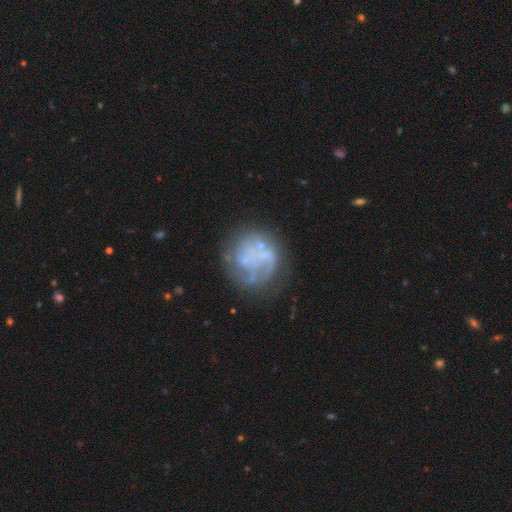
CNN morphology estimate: smooth-or-featured: featured or disk: 60% | smooth: 30% | star or artifact: 10%
  disk-edge-on: no: 98% | yes: 2%
    bar: no: 87% | weak: 10% | strong: 3%
    has-spiral-arms: no: 64% | yes: 36%
    bulge-size: none: 67% | small: 19% | moderate: 9% | large: 3% | dominant: 2%
  merging: none: 54% | major disturbance: 21% | minor disturbance: 19% | merger: 7%